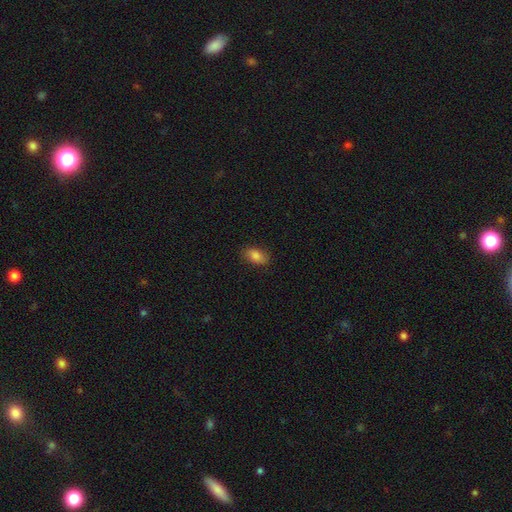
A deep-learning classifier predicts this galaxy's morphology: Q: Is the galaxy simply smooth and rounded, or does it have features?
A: smooth — 83%.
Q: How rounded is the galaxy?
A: in between — 91%.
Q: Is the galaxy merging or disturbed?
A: none — 83%.